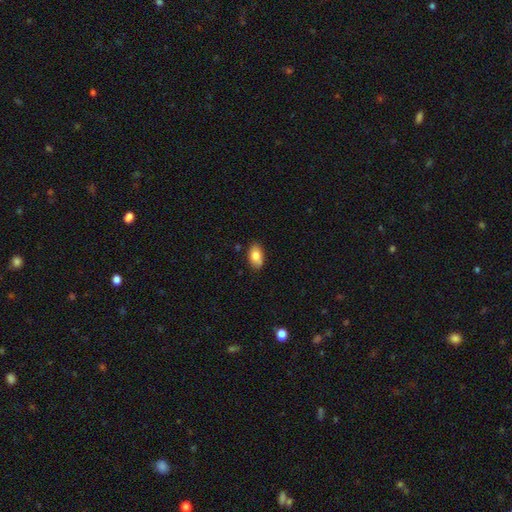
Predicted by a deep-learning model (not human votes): Overall: smooth (82%). How rounded: in between (92%). Merging: none (80%).